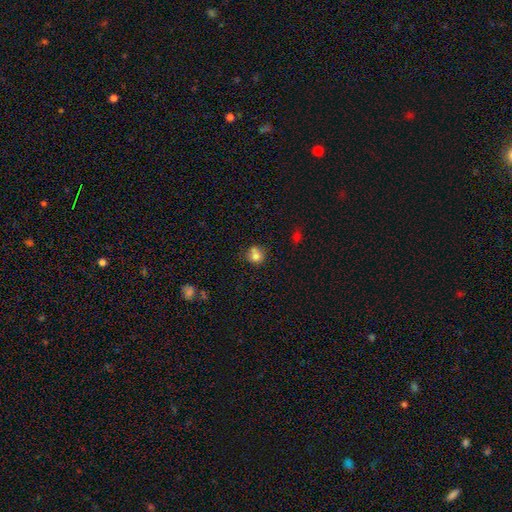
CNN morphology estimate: smooth_or_featured: smooth (p=0.77) [alt: star or artifact p=0.12]
how_rounded: round (p=0.76) [alt: in between p=0.23]
merging: none (p=0.52) [alt: minor disturbance p=0.21]